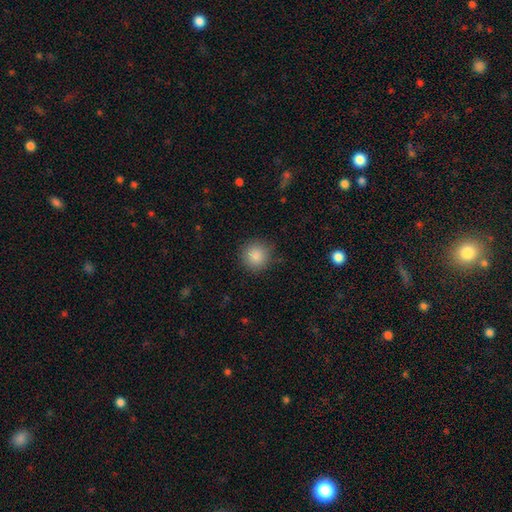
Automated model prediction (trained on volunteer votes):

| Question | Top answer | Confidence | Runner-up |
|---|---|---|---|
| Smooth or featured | smooth | 87% | star or artifact (9%) |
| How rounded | round | 94% | in between (5%) |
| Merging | none | 88% | minor disturbance (8%) |